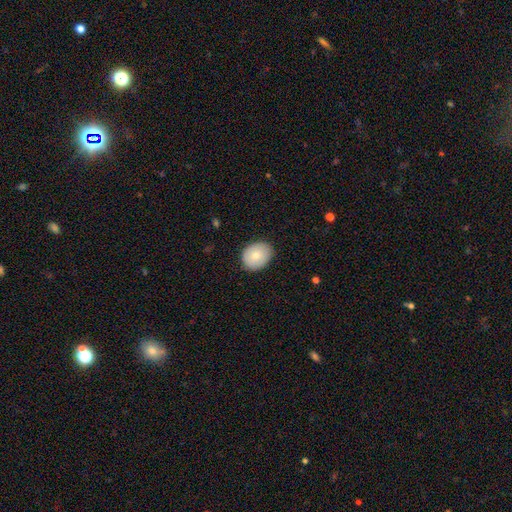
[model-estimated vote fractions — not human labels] This appears to be a smooth galaxy with no disk features (79%) that is round (50%). Merging: none (85%).